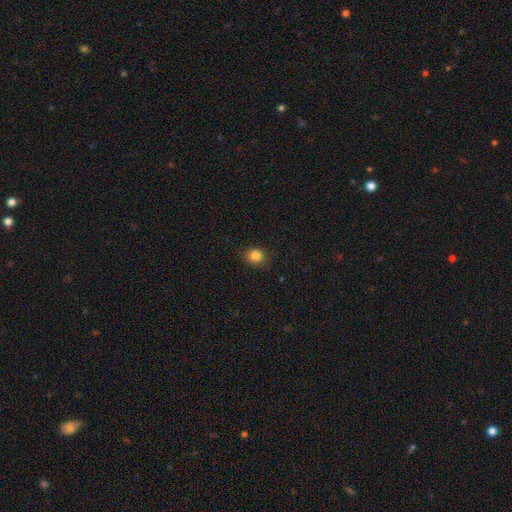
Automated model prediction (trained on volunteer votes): smooth_or_featured: smooth (p=0.83) [alt: star or artifact p=0.12]
how_rounded: round (p=0.78) [alt: in between p=0.21]
merging: none (p=0.87) [alt: minor disturbance p=0.10]